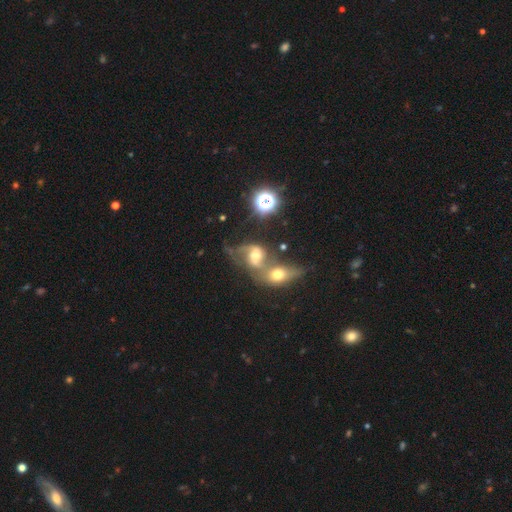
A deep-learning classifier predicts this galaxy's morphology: featured or disk 62%, smooth 25%, star or artifact 14%. Down the decision tree: edge-on disk — no (95%); bar — no (50%); spiral arms — yes (83%); bulge size — moderate (56%); merging — merger (68%).